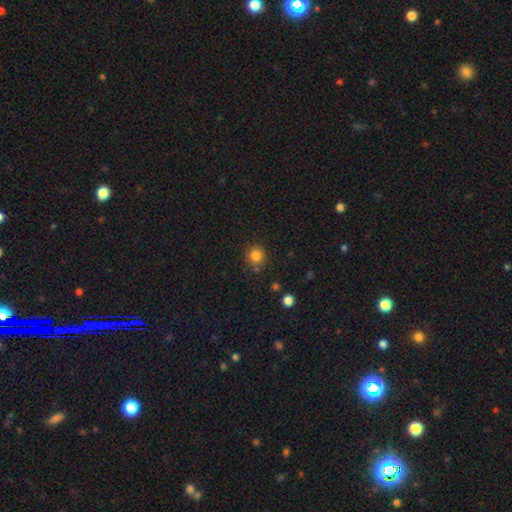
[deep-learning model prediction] Smooth or featured: smooth — 83% (star or artifact — 12%)
How rounded: round — 90% (in between — 9%)
Merging: none — 79% (minor disturbance — 11%)